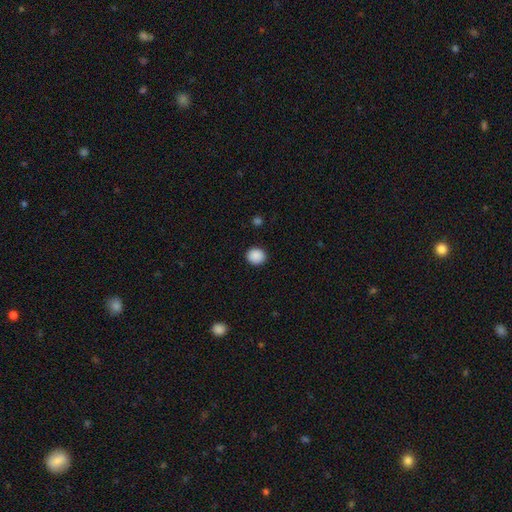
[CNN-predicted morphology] The model was most divided on "how rounded": round: 82%, in between: 17%, cigar-shaped: 1%. More confident: merging — none (91%); smooth or featured — smooth (89%).